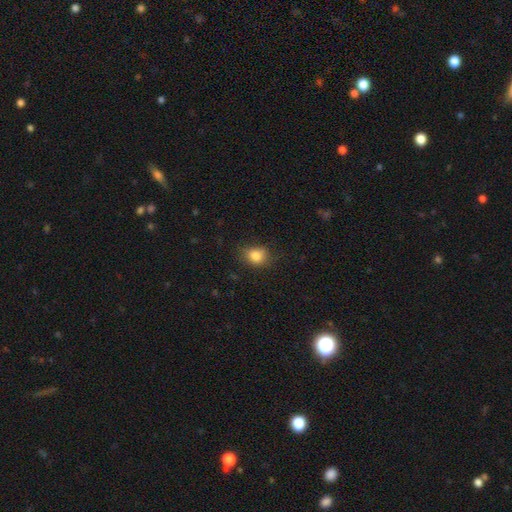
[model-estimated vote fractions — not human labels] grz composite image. It shows a smooth galaxy with no disk features (84%) that is round (56%). Merging: none (73%).